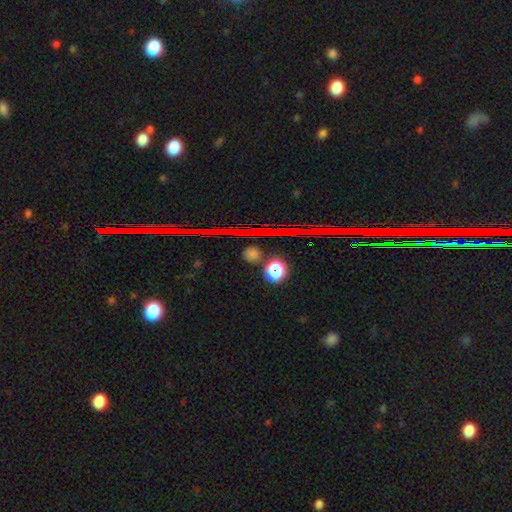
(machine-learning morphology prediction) Smooth or featured? Predicted: star or artifact (p=0.81).